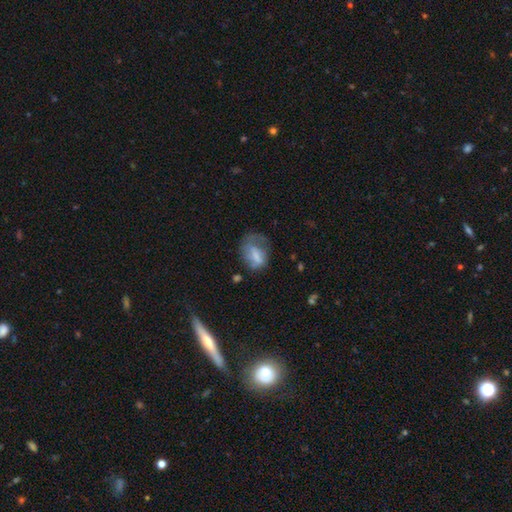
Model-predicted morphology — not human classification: Smooth or featured?
  - smooth: 56% *
  - featured or disk: 34%
  - star or artifact: 10%
How rounded?
  - in between: 70% *
  - round: 27%
  - cigar-shaped: 3%
Merging?
  - major disturbance: 39% *
  - none: 30%
  - minor disturbance: 27%
  - merger: 3%